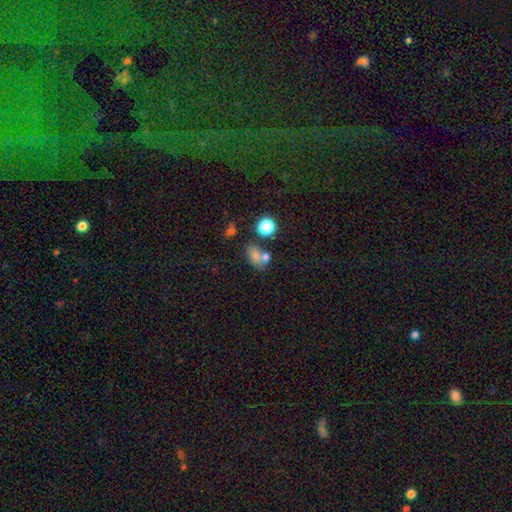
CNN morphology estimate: Smooth or featured?
  - smooth: 70% *
  - star or artifact: 17%
  - featured or disk: 13%
How rounded?
  - in between: 70% *
  - round: 27%
  - cigar-shaped: 2%
Merging?
  - none: 41% *
  - merger: 36%
  - minor disturbance: 14%
  - major disturbance: 8%